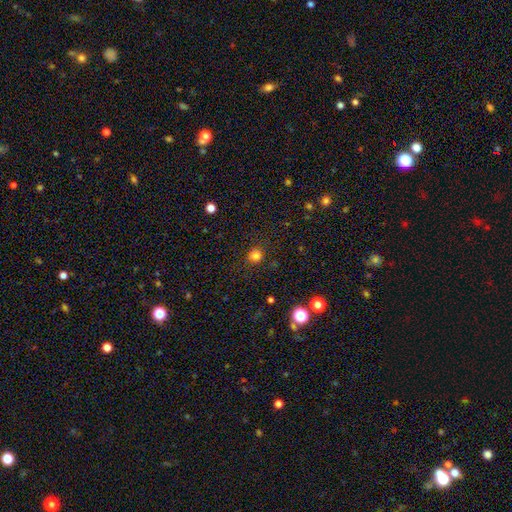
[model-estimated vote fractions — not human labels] A smooth galaxy with no disk features (79%) that is round (86%).

Vote fractions:
- Smooth or featured? smooth: 79% / star or artifact: 16% / featured or disk: 5%
- How rounded? round: 86% / in between: 13% / cigar-shaped: 1%
- Merging? none: 83% / minor disturbance: 11% / major disturbance: 4% / merger: 2%